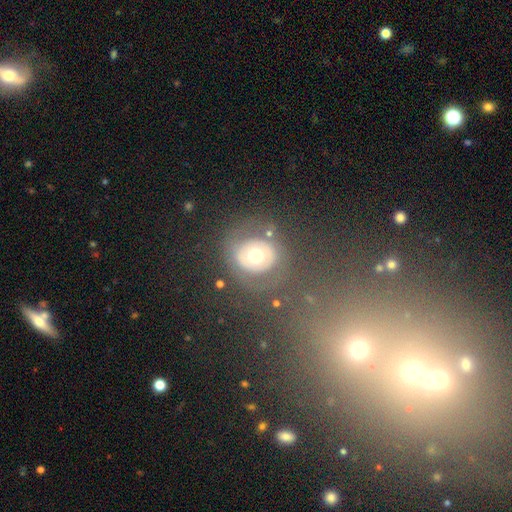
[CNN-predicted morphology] smooth-or-featured: smooth: 49% | featured or disk: 39% | star or artifact: 13%
  merging: none: 74% | minor disturbance: 12% | major disturbance: 11% | merger: 3%